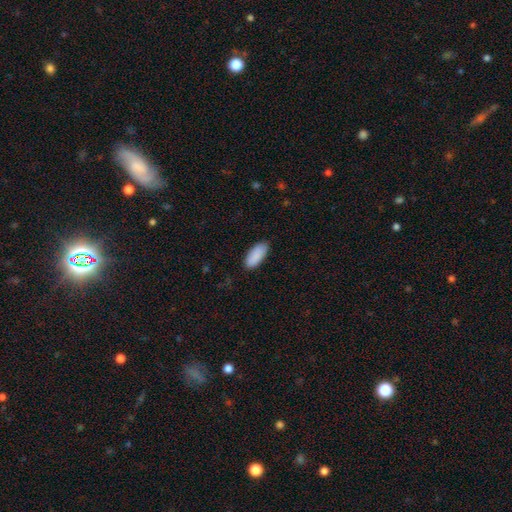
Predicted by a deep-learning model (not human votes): Smooth or featured? Predicted: smooth (p=0.91). How rounded? Predicted: in between (p=0.88). Merging? Predicted: none (p=0.85).